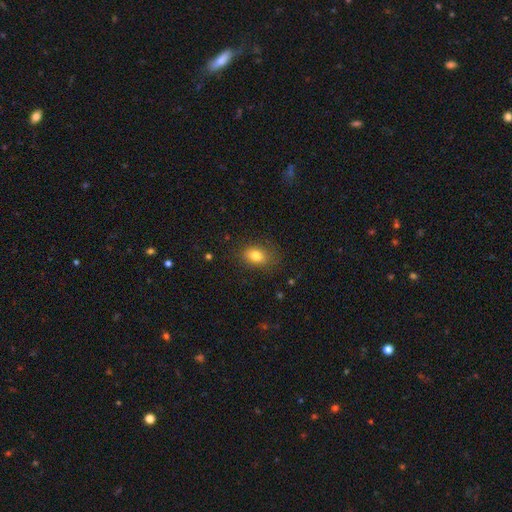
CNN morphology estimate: Smooth or featured?
  - smooth: 81% *
  - star or artifact: 10%
  - featured or disk: 9%
How rounded?
  - in between: 77% *
  - round: 21%
  - cigar-shaped: 2%
Merging?
  - none: 79% *
  - minor disturbance: 15%
  - major disturbance: 5%
  - merger: 1%